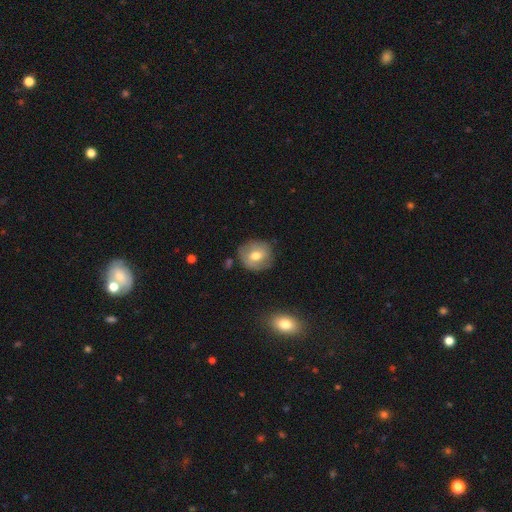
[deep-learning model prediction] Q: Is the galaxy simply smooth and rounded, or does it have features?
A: smooth — 62%.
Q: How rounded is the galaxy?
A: round — 83%.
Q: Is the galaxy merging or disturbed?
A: none — 75%.